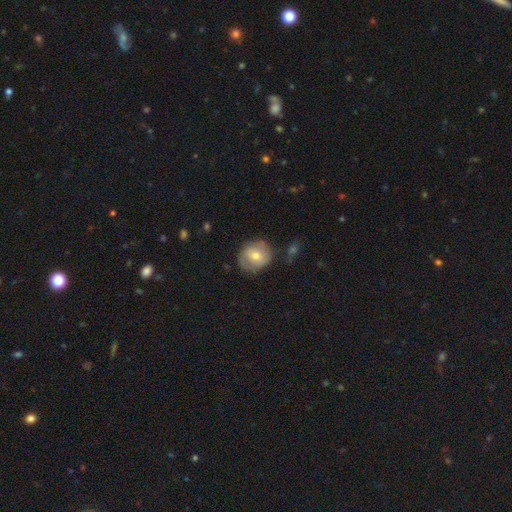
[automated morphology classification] Smooth or featured?
  - smooth: 62% *
  - featured or disk: 31%
  - star or artifact: 7%
How rounded?
  - round: 79% *
  - in between: 20%
  - cigar-shaped: 1%
Merging?
  - none: 69% *
  - minor disturbance: 21%
  - major disturbance: 7%
  - merger: 3%